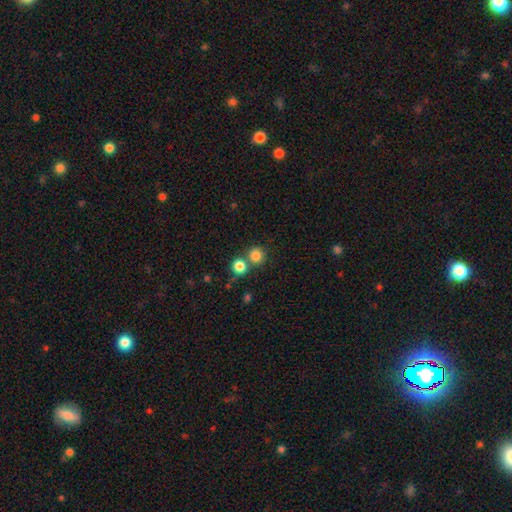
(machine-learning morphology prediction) This appears to be a smooth galaxy with no disk features (82%) that is round (91%). Merging: none (66%).